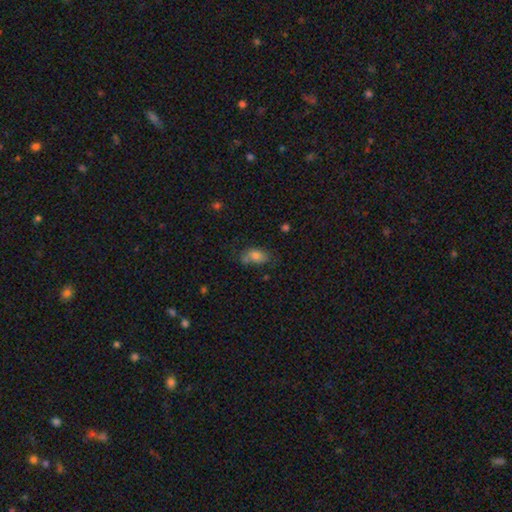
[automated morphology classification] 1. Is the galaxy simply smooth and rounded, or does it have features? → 76% smooth, 13% featured or disk, 10% star or artifact.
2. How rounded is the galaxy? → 86% in between, 11% round, 3% cigar-shaped.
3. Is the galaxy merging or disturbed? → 50% none, 27% minor disturbance, 12% merger, 11% major disturbance.